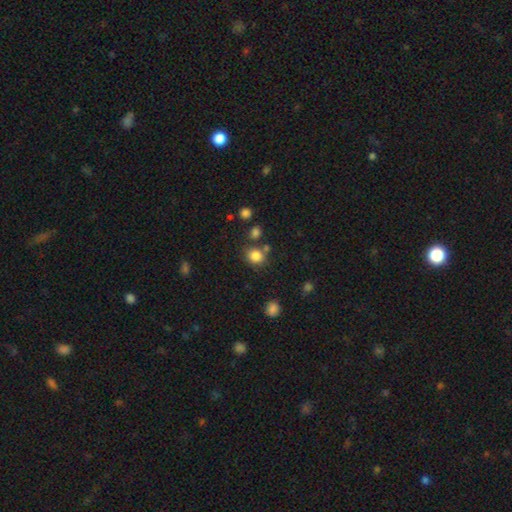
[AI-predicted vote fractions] A smooth galaxy with no disk features (83%) that is round (77%). Merging: none (71%).